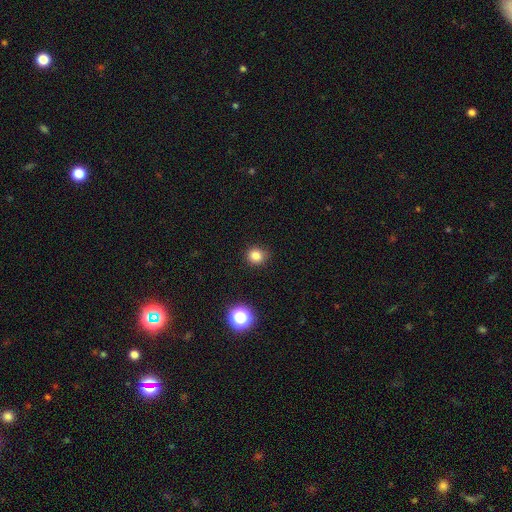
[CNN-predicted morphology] A smooth galaxy with no disk features (82%) that is round (88%). Merging: none (88%).